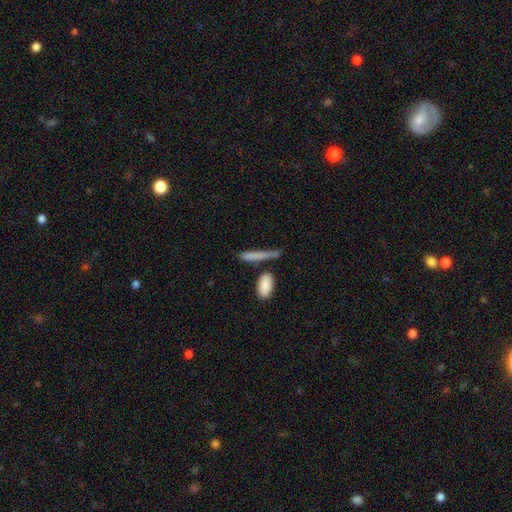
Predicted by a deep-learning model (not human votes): A smooth galaxy with no disk features (75%) that is cigar-shaped (79%). Merging: none (57%).